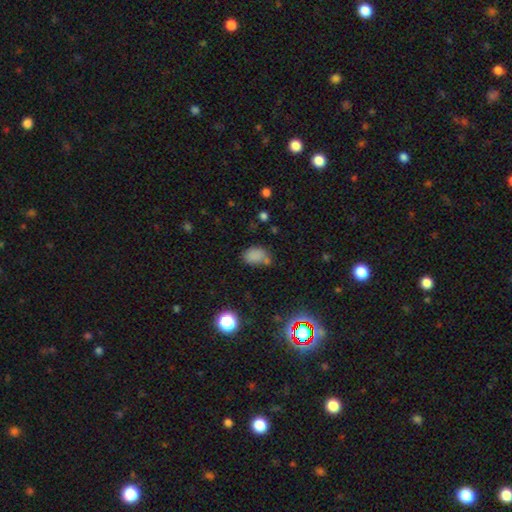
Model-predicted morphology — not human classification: Smooth or featured?
  - smooth: 80% *
  - star or artifact: 14%
  - featured or disk: 6%
How rounded?
  - in between: 80% *
  - round: 18%
  - cigar-shaped: 1%
Merging?
  - none: 57% *
  - minor disturbance: 21%
  - merger: 16%
  - major disturbance: 7%